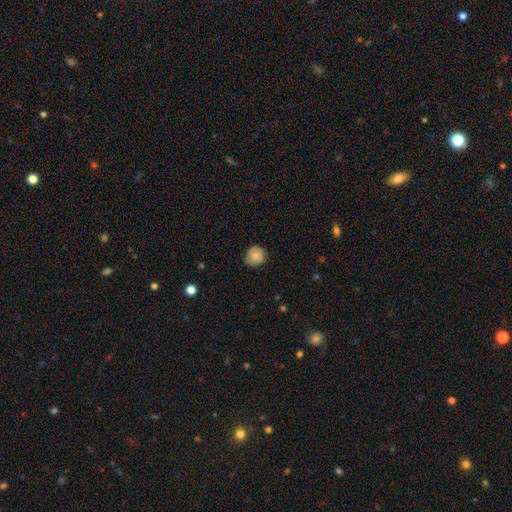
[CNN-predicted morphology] The model was most divided on "smooth or featured": smooth: 71%, featured or disk: 21%, star or artifact: 8%. More confident: how rounded — round (83%); merging — none (74%).